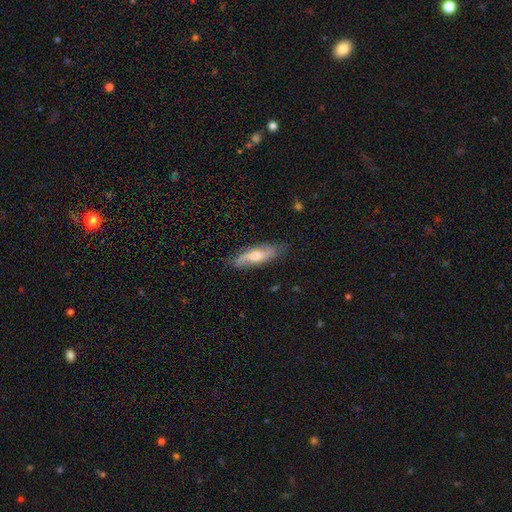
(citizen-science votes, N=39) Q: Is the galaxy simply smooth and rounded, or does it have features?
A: featured or disk — 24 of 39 (62%).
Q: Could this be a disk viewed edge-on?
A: no — 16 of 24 (67%).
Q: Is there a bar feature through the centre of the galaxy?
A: no — 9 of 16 (56%).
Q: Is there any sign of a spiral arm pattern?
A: yes — 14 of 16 (88%).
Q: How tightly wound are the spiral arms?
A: loose — 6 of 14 (43%).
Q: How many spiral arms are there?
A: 2 — 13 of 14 (93%).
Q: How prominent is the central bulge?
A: moderate — 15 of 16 (94%).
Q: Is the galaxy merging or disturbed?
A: none — 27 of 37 (73%).